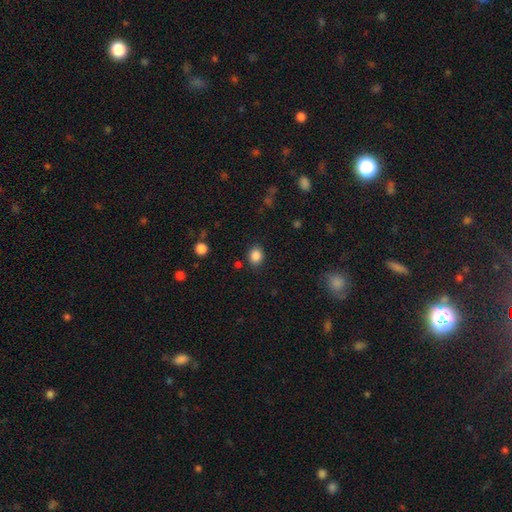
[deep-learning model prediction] The model was most divided on "how rounded": round: 59%, in between: 40%, cigar-shaped: 1%. More confident: smooth or featured — smooth (86%); merging — none (84%).